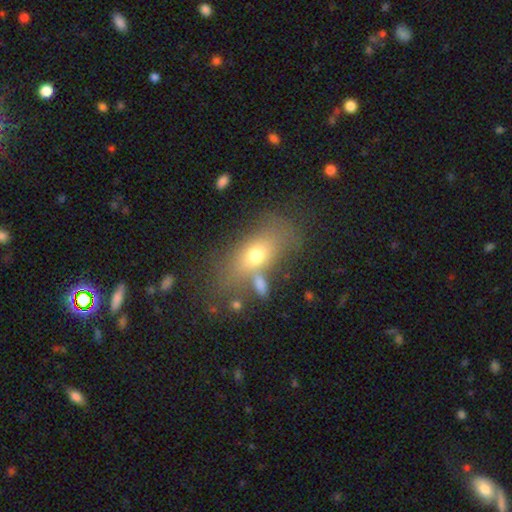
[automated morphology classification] This appears to be a smooth galaxy with no disk features (65%) that is in between round and cigar-shaped (79%). Merging: none (57%).